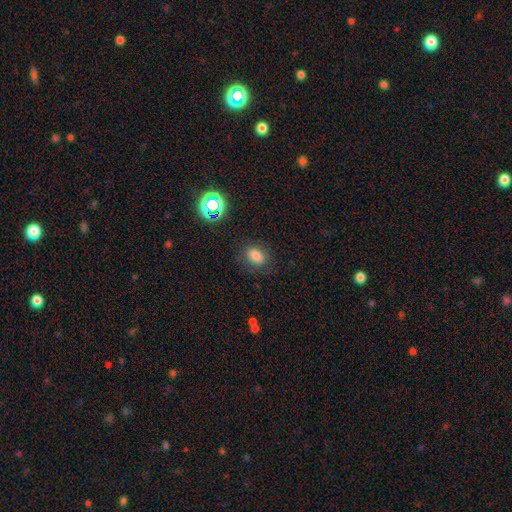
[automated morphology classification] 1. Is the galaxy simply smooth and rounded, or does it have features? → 77% smooth, 15% star or artifact, 8% featured or disk.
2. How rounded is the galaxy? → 67% in between, 31% round, 1% cigar-shaped.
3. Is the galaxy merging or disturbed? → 80% none, 13% minor disturbance, 5% major disturbance, 2% merger.